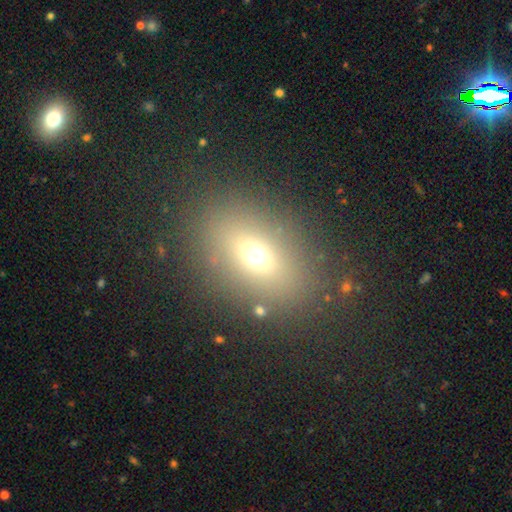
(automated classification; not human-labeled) smooth_or_featured: smooth (p=0.65) [alt: star or artifact p=0.18]
how_rounded: in between (p=0.75) [alt: round p=0.20]
merging: none (p=0.83) [alt: minor disturbance p=0.09]